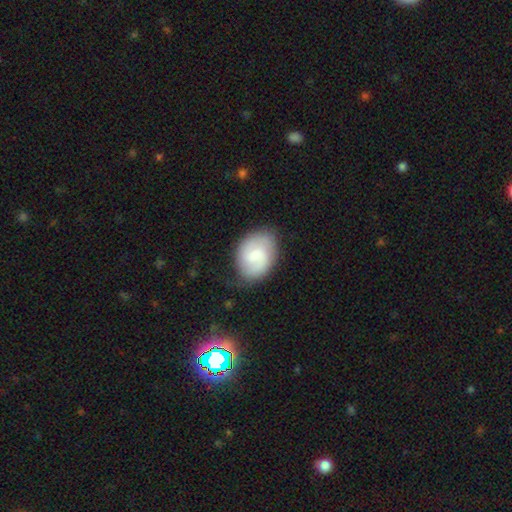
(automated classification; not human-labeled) Smooth or featured? featured or disk (48%)
Merging? none (73%)